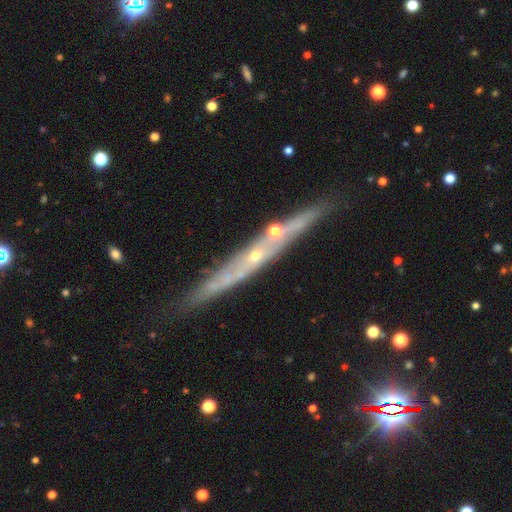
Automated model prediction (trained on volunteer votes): Morphology: type=featured or disk (67%); edge-on=yes (82%); edge-on bulge=rounded (51%); merging=none (74%).